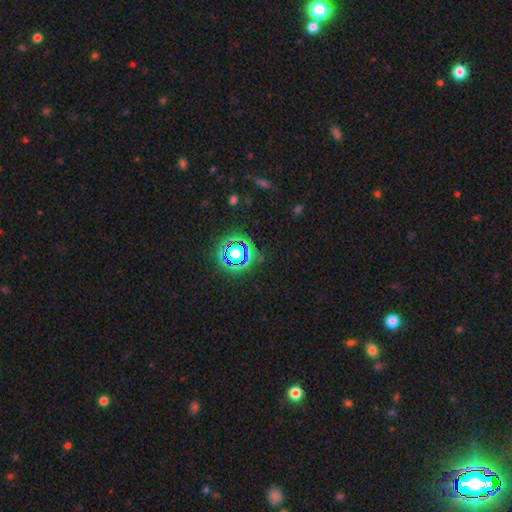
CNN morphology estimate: star or artifact 75%, smooth 17%, featured or disk 8%.